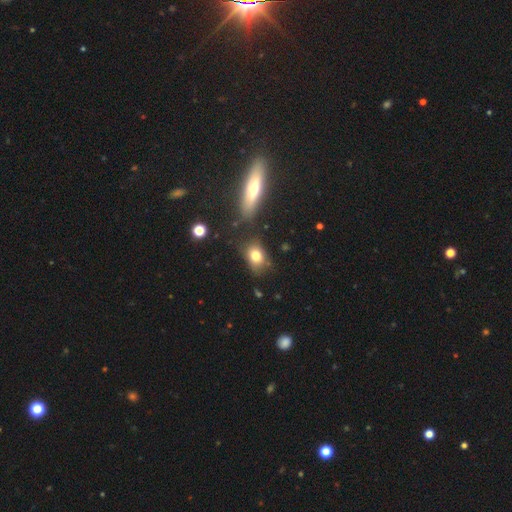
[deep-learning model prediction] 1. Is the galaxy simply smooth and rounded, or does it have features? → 77% smooth, 12% featured or disk, 11% star or artifact.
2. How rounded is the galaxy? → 67% in between, 31% round, 2% cigar-shaped.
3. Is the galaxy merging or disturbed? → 68% none, 19% minor disturbance, 6% major disturbance, 6% merger.